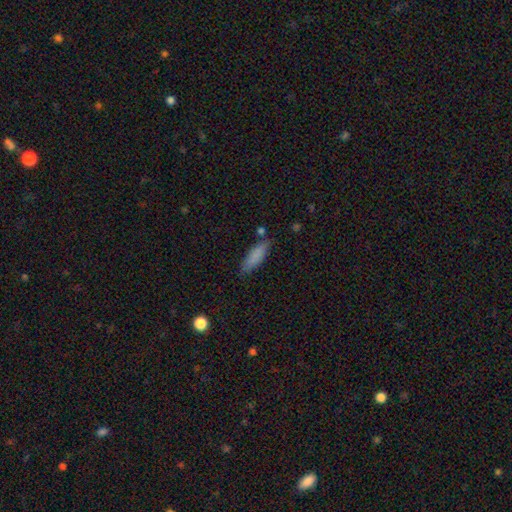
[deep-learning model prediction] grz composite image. It shows a smooth galaxy with no disk features (84%) that is cigar-shaped (54%). Merging: none (77%).